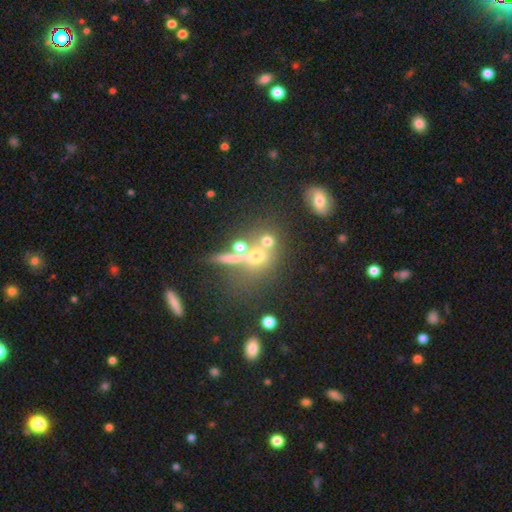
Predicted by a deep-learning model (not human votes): Smooth or featured? Predicted: smooth (p=0.46). Merging? Predicted: none (p=0.43).